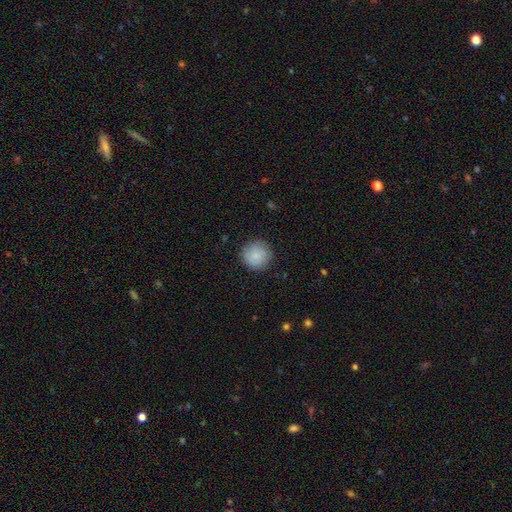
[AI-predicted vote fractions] The model was most divided on "merging": none: 87%, minor disturbance: 10%, major disturbance: 3%, merger: 1%. More confident: how rounded — round (95%); smooth or featured — smooth (86%).